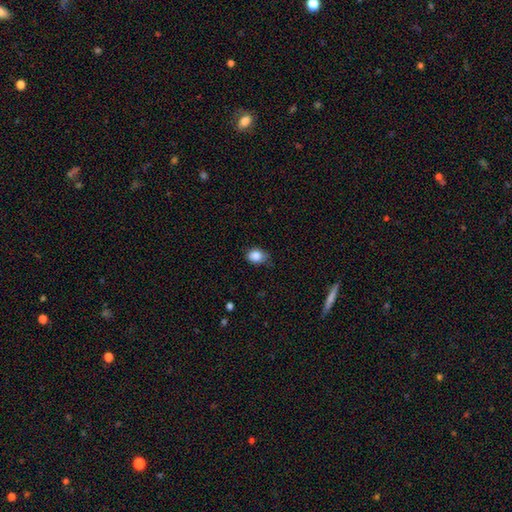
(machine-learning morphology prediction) Overall: smooth (86%). How rounded: in between (61%; round 38%). Merging: none (66%; minor disturbance 28%).